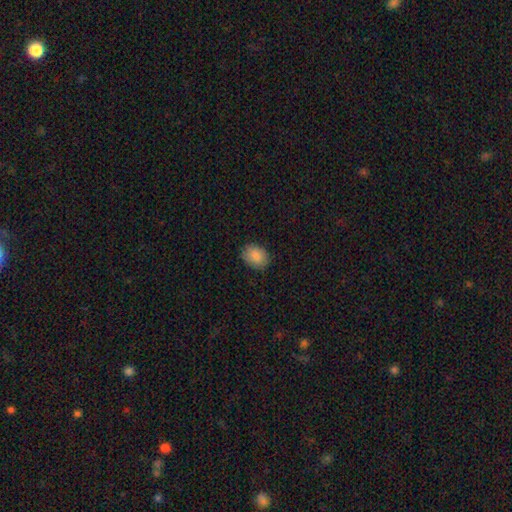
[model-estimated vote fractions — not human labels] Smooth or featured? Predicted: smooth (p=0.87). How rounded? Predicted: in between (p=0.71). Merging? Predicted: none (p=0.83).